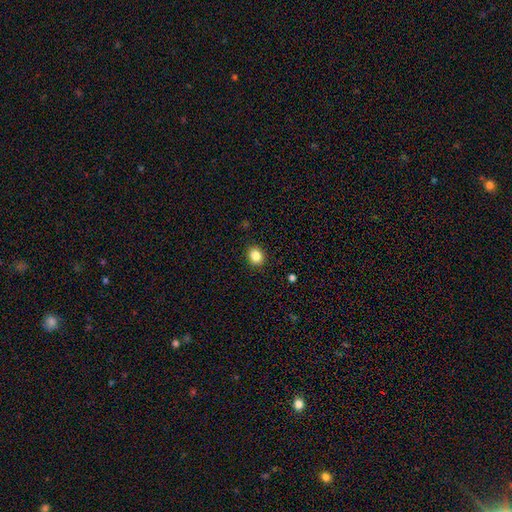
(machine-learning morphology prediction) Smooth or featured? smooth (85%)
How rounded? round (64%)
Merging? none (91%)